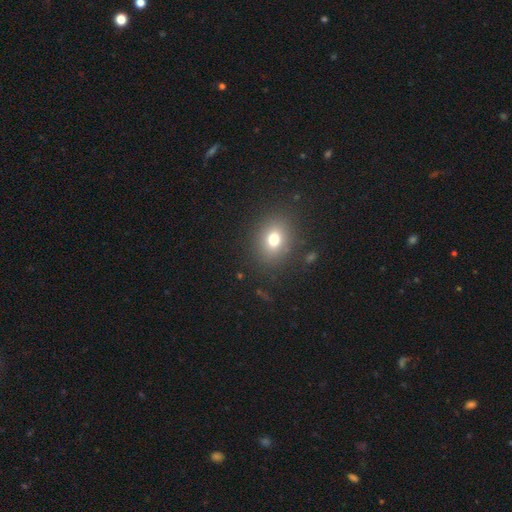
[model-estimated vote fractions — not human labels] Smooth or featured? Predicted: smooth (p=0.65). How rounded? Predicted: round (p=0.66). Merging? Predicted: none (p=0.90).